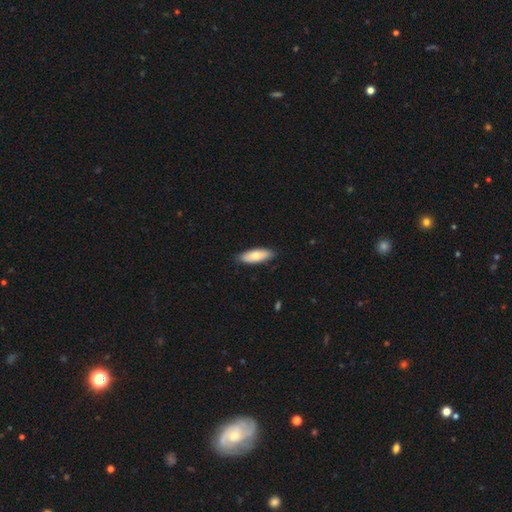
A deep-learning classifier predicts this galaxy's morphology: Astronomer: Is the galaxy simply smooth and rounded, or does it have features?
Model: smooth — 72%.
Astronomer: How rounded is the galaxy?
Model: in between — 70%.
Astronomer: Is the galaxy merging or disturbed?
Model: none — 86%.